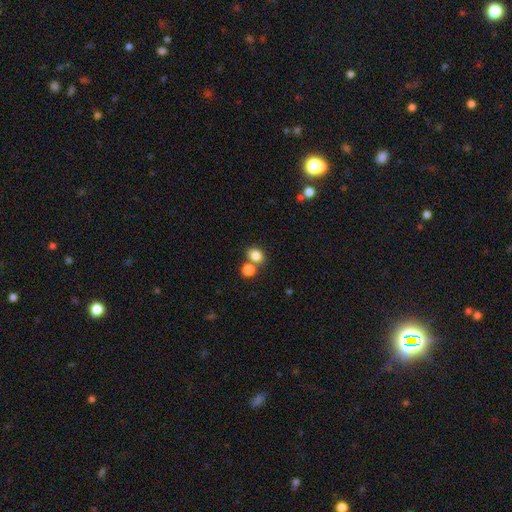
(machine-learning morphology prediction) A smooth galaxy with no disk features (82%) that is round (53%). Merging: none (56%).